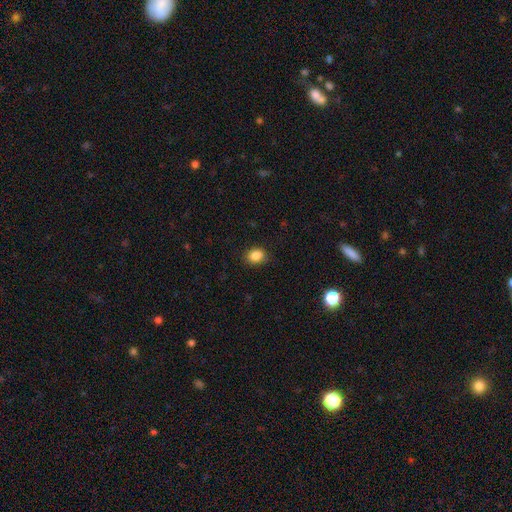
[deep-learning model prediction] Smooth or featured?
  - smooth: 86% *
  - star or artifact: 10%
  - featured or disk: 4%
How rounded?
  - in between: 55% *
  - round: 44%
  - cigar-shaped: 1%
Merging?
  - none: 85% *
  - minor disturbance: 11%
  - major disturbance: 3%
  - merger: 1%